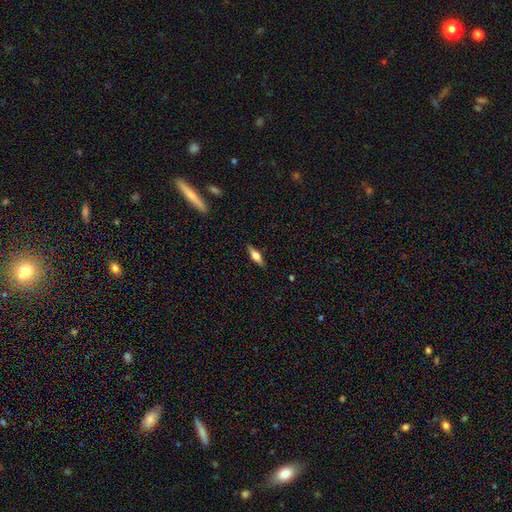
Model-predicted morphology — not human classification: This is possibly a smooth galaxy (52%). How rounded: possibly cigar-shaped (54%). Merging: clearly none (87%).